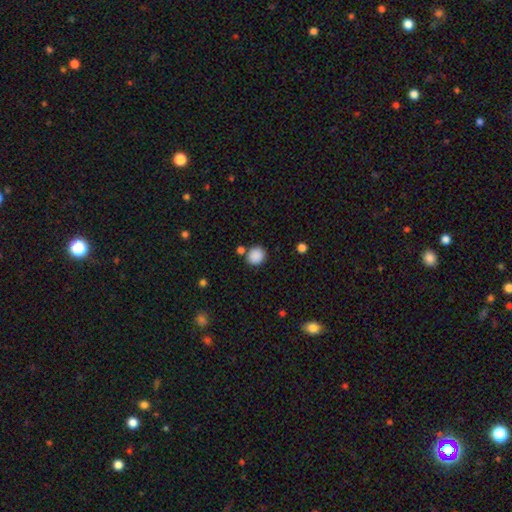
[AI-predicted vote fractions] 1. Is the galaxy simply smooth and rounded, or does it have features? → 88% smooth, 9% star or artifact, 3% featured or disk.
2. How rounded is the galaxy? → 84% round, 15% in between, 1% cigar-shaped.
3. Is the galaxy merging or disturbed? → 80% none, 9% minor disturbance, 8% merger, 3% major disturbance.